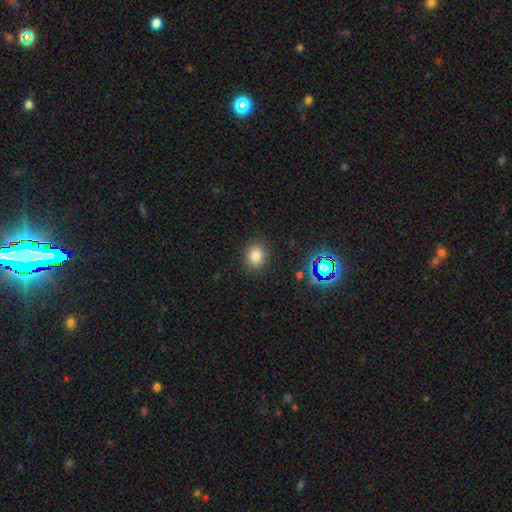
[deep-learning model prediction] Smooth or featured?
  - smooth: 80% *
  - star or artifact: 14%
  - featured or disk: 6%
How rounded?
  - round: 65% *
  - in between: 34%
  - cigar-shaped: 1%
Merging?
  - none: 88% *
  - minor disturbance: 8%
  - major disturbance: 3%
  - merger: 1%